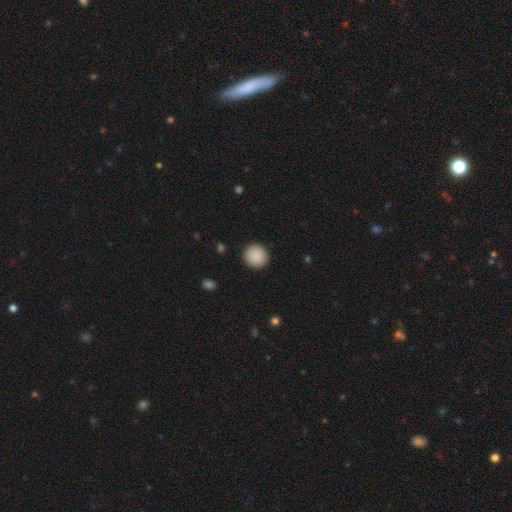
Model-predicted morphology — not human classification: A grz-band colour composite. It shows a smooth galaxy with no disk features (90%) that is round (93%). Merging: none (92%).